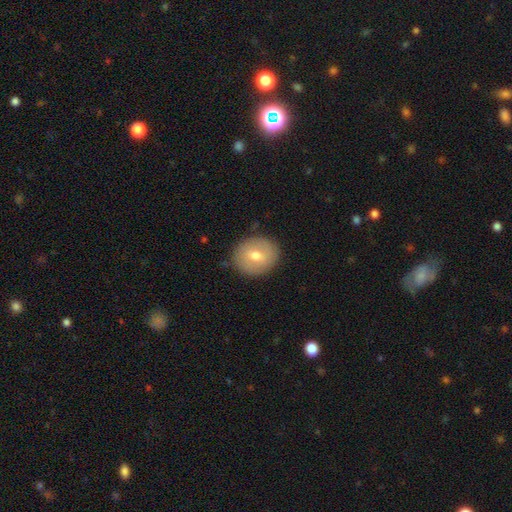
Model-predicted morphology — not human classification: smooth_or_featured: smooth (p=0.66) [alt: featured or disk p=0.26]
how_rounded: round (p=0.74) [alt: in between p=0.25]
merging: none (p=0.88) [alt: minor disturbance p=0.09]